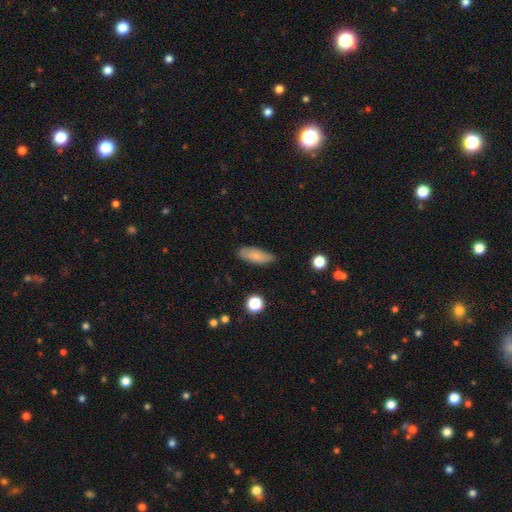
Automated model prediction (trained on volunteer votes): The model was most divided on "how rounded": in between: 64%, cigar-shaped: 34%, round: 3%. More confident: smooth or featured — smooth (79%); merging — none (78%).